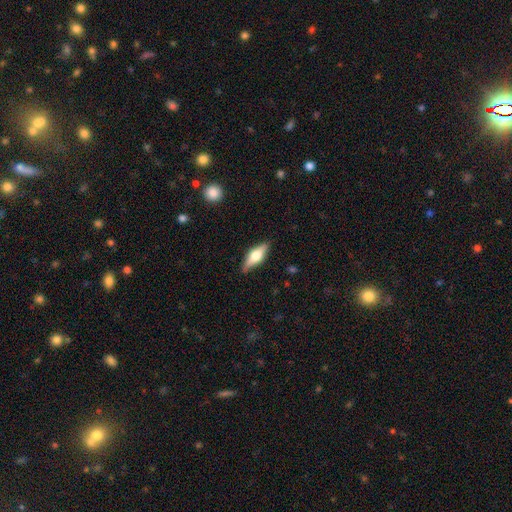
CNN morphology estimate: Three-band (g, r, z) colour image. It shows a featured or disk galaxy (50%) viewed edge-on (92%). Merging: none (85%).